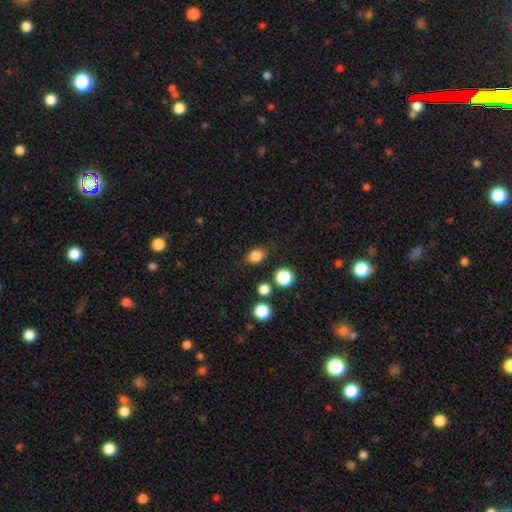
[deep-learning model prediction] This is clearly a smooth galaxy (84%). How rounded: possibly in between (54%). Merging: clearly none (81%).